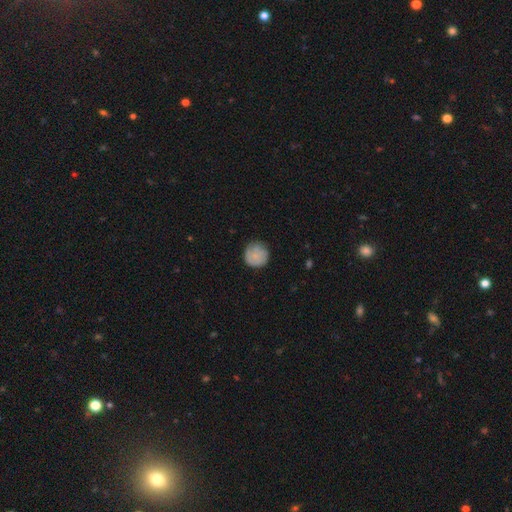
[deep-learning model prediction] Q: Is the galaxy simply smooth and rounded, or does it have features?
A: smooth — 71%.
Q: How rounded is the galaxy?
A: round — 93%.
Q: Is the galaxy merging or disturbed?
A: none — 76%.